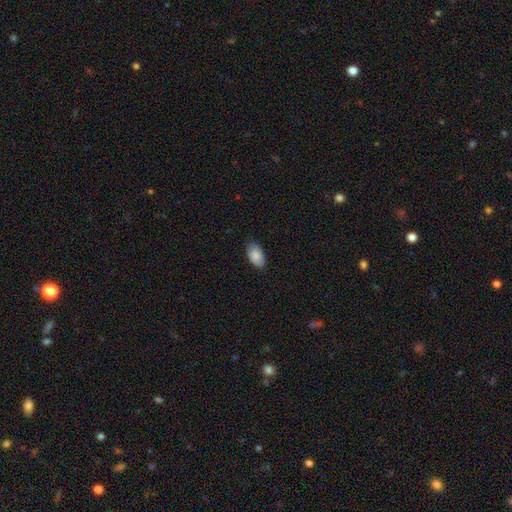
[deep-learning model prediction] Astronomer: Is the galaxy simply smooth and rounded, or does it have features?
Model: smooth — 87%.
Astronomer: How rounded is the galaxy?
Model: in between — 94%.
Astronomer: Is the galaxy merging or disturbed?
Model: none — 80%.